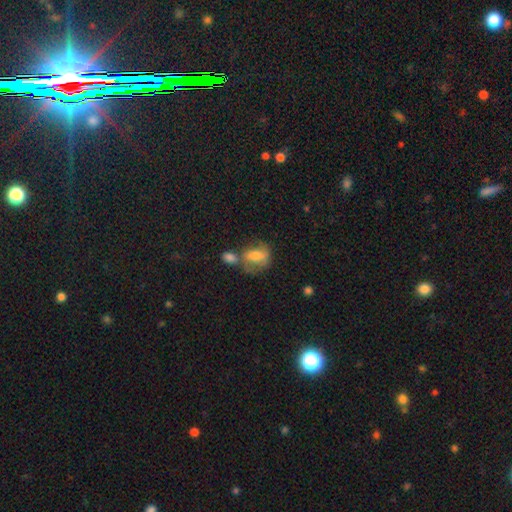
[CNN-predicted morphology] Smooth or featured? smooth (56%)
How rounded? in between (69%)
Merging? merger (37%)